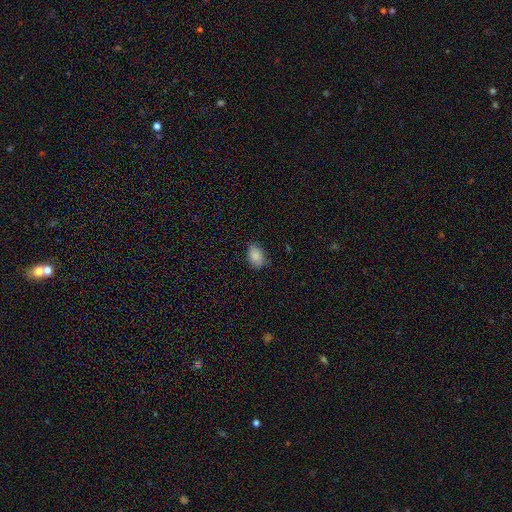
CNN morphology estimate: Q: Smooth or featured?
A: smooth (88%); runner-up: star or artifact (8%)
Q: How rounded?
A: in between (84%); runner-up: round (15%)
Q: Merging?
A: none (80%); runner-up: minor disturbance (16%)